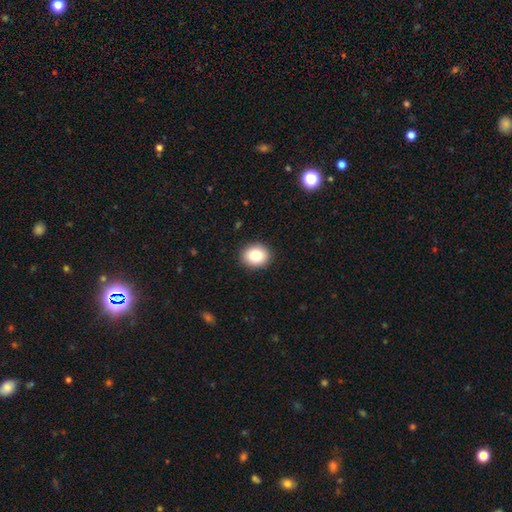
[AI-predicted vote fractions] smooth 83%, star or artifact 9%, featured or disk 8%. Down the decision tree: how rounded — round (66%); merging — none (91%).